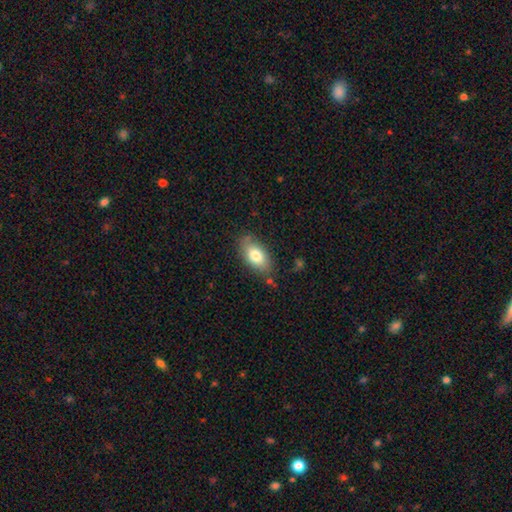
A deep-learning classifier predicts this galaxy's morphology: Smooth or featured?
  - smooth: 78% *
  - featured or disk: 15%
  - star or artifact: 7%
How rounded?
  - in between: 91% *
  - round: 5%
  - cigar-shaped: 4%
Merging?
  - none: 79% *
  - minor disturbance: 16%
  - major disturbance: 4%
  - merger: 2%